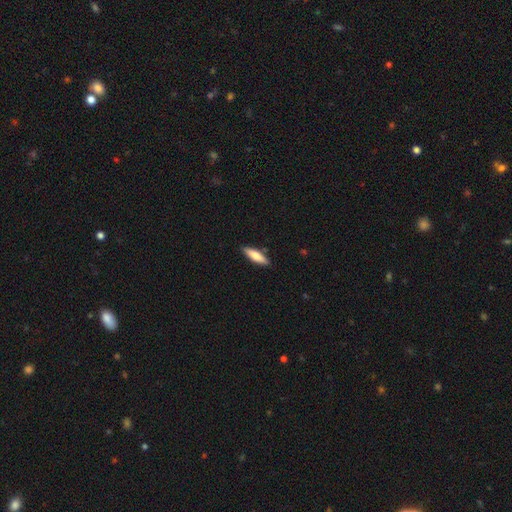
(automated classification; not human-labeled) Smooth or featured? Predicted: smooth (p=0.74). How rounded? Predicted: cigar-shaped (p=0.62). Merging? Predicted: none (p=0.87).